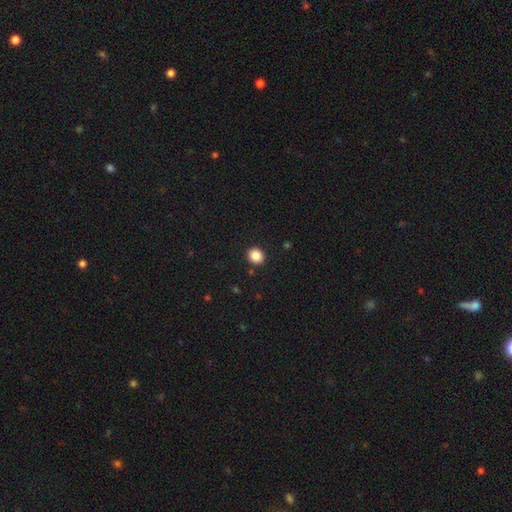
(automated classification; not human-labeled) smooth 87%, star or artifact 9%, featured or disk 3%. Down the decision tree: how rounded — round (78%); merging — none (91%).